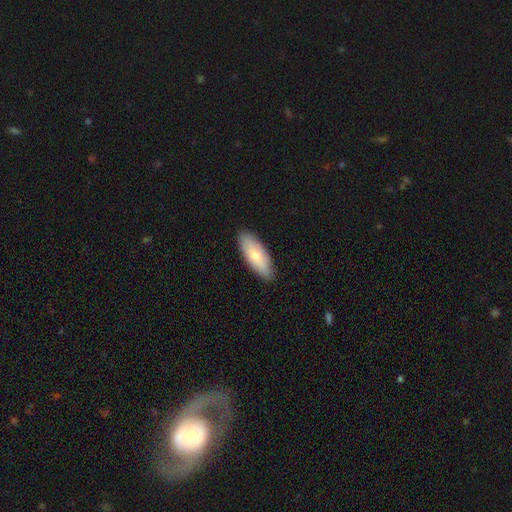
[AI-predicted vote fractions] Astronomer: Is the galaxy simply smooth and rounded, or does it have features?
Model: smooth — 77%.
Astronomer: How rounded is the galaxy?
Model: in between — 73%.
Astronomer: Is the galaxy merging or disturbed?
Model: none — 88%.